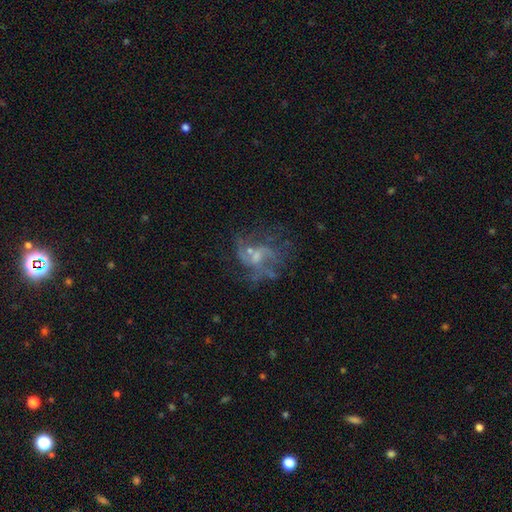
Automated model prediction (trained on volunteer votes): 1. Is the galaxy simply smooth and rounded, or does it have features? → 71% featured or disk, 15% star or artifact, 14% smooth.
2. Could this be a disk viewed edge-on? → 98% no, 2% yes.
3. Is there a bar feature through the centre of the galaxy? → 61% no, 33% weak, 6% strong.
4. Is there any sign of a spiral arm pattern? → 66% yes, 34% no.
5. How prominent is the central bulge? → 46% small, 28% moderate, 23% none, 2% large, 1% dominant.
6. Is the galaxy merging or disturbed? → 44% none, 31% major disturbance, 17% minor disturbance, 9% merger.